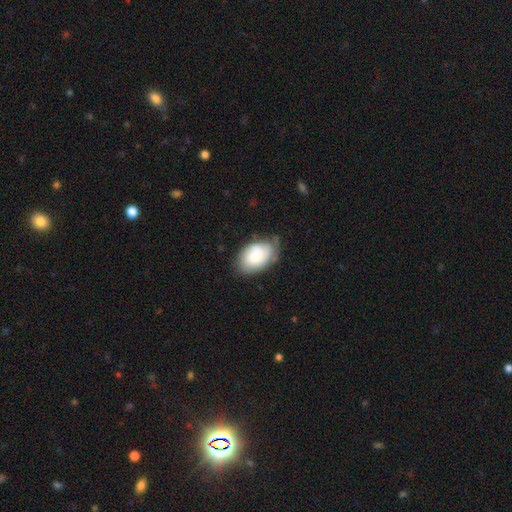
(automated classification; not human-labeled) smooth-or-featured: smooth: 63% | featured or disk: 30% | star or artifact: 7%
  how-rounded: in between: 88% | round: 11% | cigar-shaped: 1%
  merging: none: 59% | minor disturbance: 31% | major disturbance: 8% | merger: 2%